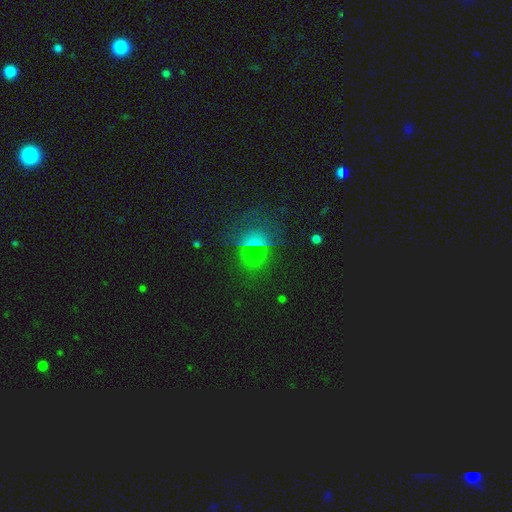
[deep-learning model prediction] This appears to be a smooth galaxy with no disk features (46%). Merging: none (65%).